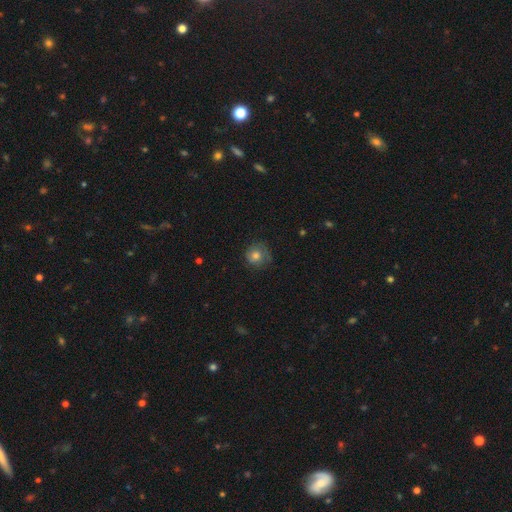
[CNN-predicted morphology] Overall: smooth (68%). How rounded: round (88%). Merging: none (67%).